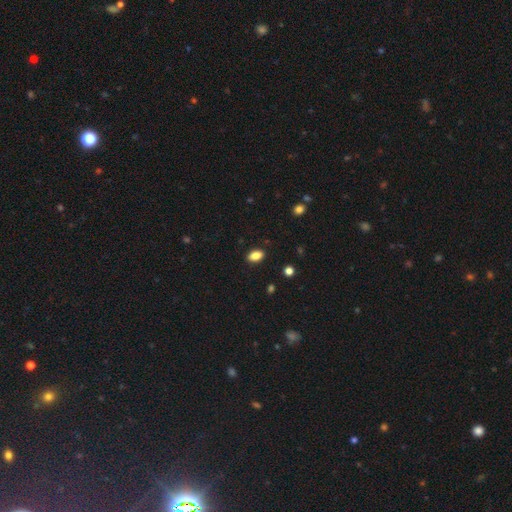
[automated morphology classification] Q: Smooth or featured?
A: smooth (85%); runner-up: star or artifact (9%)
Q: How rounded?
A: in between (89%); runner-up: round (8%)
Q: Merging?
A: none (88%); runner-up: minor disturbance (9%)